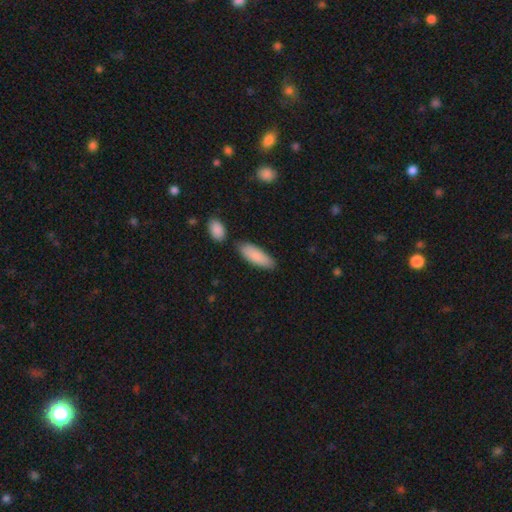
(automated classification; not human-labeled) smooth 85%, featured or disk 9%, star or artifact 6%. Down the decision tree: how rounded — in between (64%); merging — none (74%).